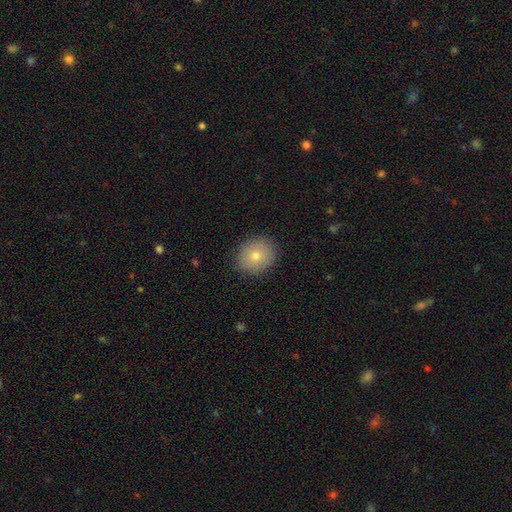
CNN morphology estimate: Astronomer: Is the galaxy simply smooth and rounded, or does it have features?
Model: smooth — 78%.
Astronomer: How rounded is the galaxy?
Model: round — 72%.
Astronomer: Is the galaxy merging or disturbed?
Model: none — 89%.